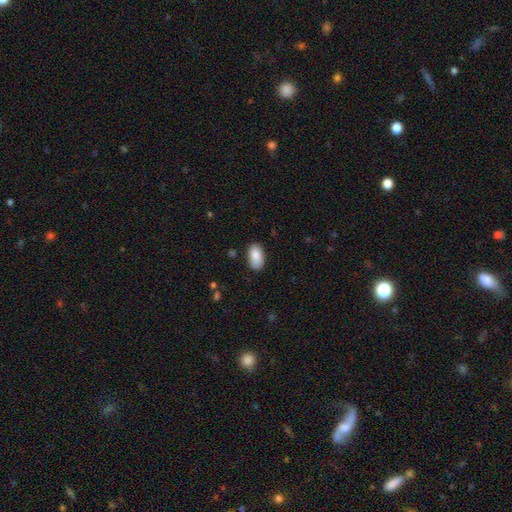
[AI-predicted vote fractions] Smooth or featured?
  - smooth: 87% *
  - star or artifact: 7%
  - featured or disk: 6%
How rounded?
  - in between: 94% *
  - round: 4%
  - cigar-shaped: 2%
Merging?
  - none: 81% *
  - minor disturbance: 15%
  - major disturbance: 3%
  - merger: 2%